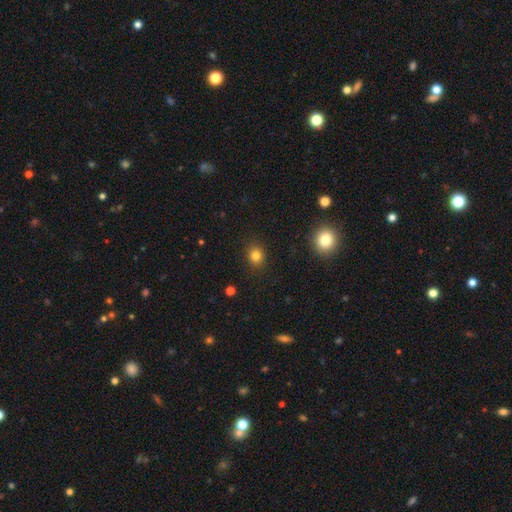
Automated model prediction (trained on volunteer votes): Smooth or featured? smooth (81%)
How rounded? round (71%)
Merging? none (89%)